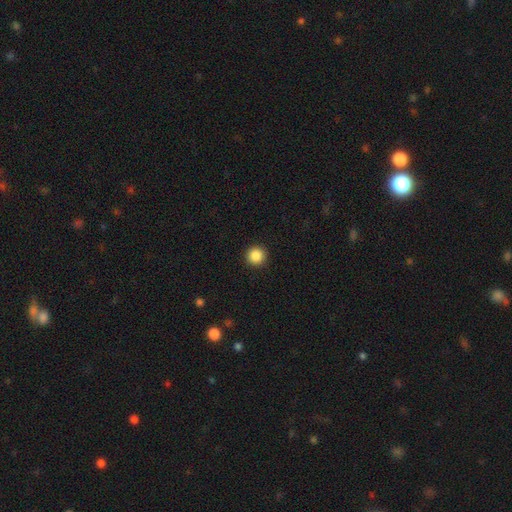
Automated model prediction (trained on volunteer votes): A smooth galaxy with no disk features (87%) that is round (95%).

Vote fractions:
- Smooth or featured? smooth: 87% / star or artifact: 10% / featured or disk: 3%
- How rounded? round: 95% / in between: 4% / cigar-shaped: 1%
- Merging? none: 93% / minor disturbance: 4% / major disturbance: 2% / merger: 1%